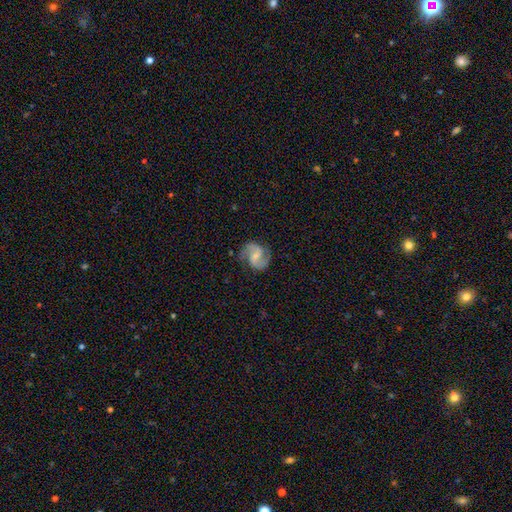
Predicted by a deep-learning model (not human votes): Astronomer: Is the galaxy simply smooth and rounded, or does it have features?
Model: featured or disk — 88%.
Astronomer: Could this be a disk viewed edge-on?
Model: no — 98%.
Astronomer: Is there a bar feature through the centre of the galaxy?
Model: weak — 52% (runner-up: no, 31%).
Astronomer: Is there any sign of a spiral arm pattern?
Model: yes — 98%.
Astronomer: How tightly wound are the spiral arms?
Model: medium — 60%.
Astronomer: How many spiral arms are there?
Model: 2 — 94%.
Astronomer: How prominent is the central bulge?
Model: small — 50% (runner-up: moderate, 29%).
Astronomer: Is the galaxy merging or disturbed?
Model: none — 82%.